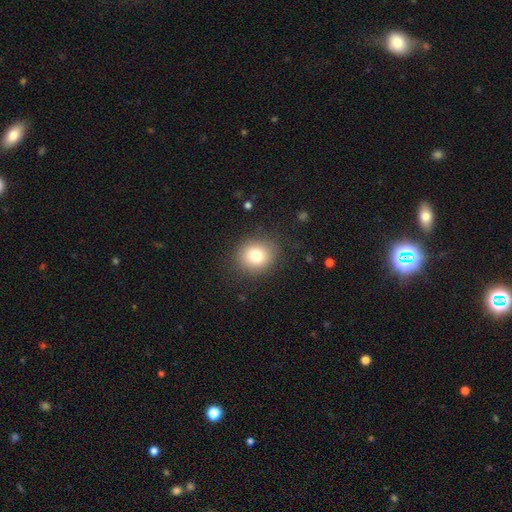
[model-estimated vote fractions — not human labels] This appears to be a smooth galaxy with no disk features (79%) that is round (83%). Merging: none (87%).